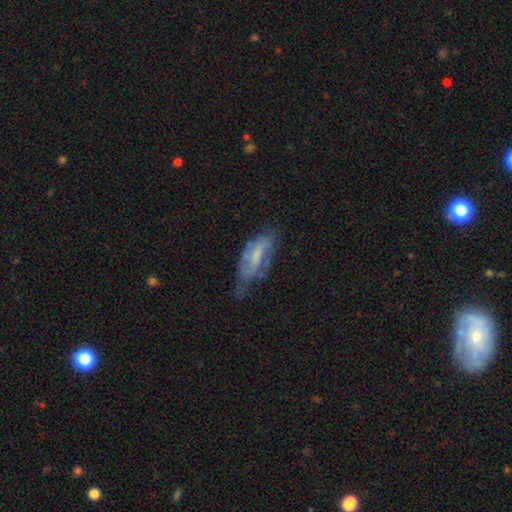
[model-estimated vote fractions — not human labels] Smooth or featured? featured or disk (55%)
Edge-on disk? no (86%)
Merging? none (42%)